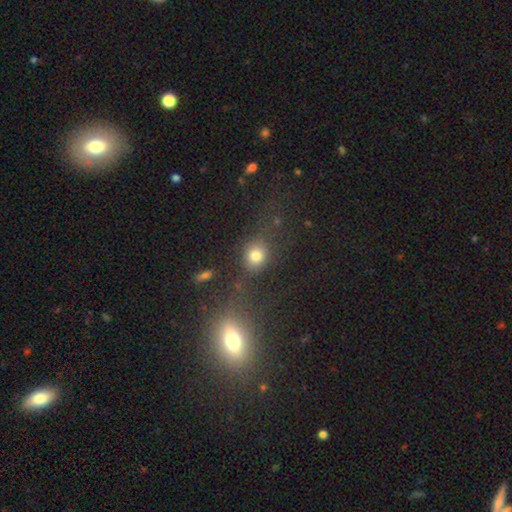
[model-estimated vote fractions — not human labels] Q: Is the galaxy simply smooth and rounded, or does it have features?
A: smooth — 75%.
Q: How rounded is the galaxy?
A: round — 70%.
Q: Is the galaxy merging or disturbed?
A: none — 67%.